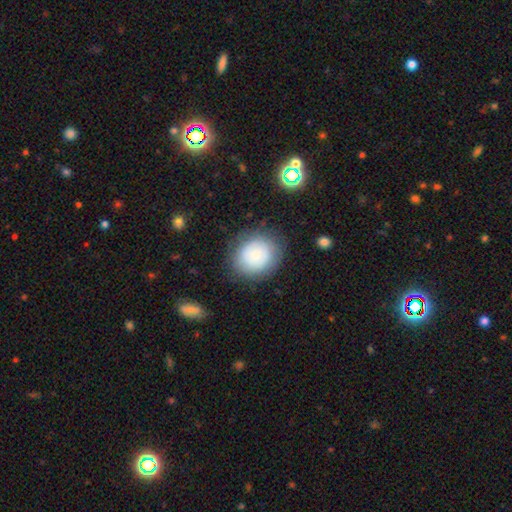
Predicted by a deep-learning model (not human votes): smooth_or_featured: smooth (p=0.73) [alt: featured or disk p=0.19]
how_rounded: round (p=0.76) [alt: in between p=0.23]
merging: none (p=0.80) [alt: minor disturbance p=0.13]